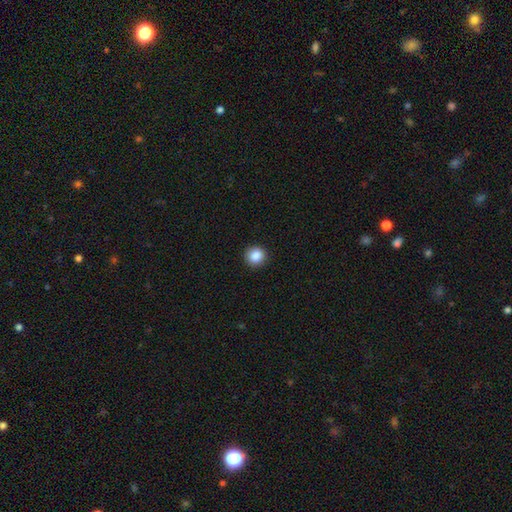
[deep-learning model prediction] smooth 87%, star or artifact 9%, featured or disk 4%. Down the decision tree: how rounded — round (93%); merging — none (92%).